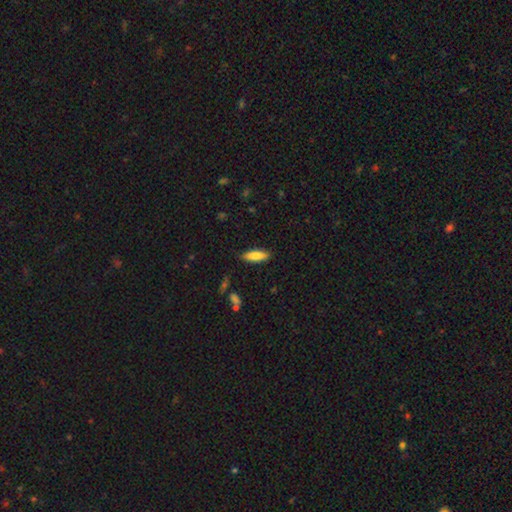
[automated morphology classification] smooth 79%, featured or disk 15%, star or artifact 6%. Down the decision tree: how rounded — in between (53%); merging — none (86%).